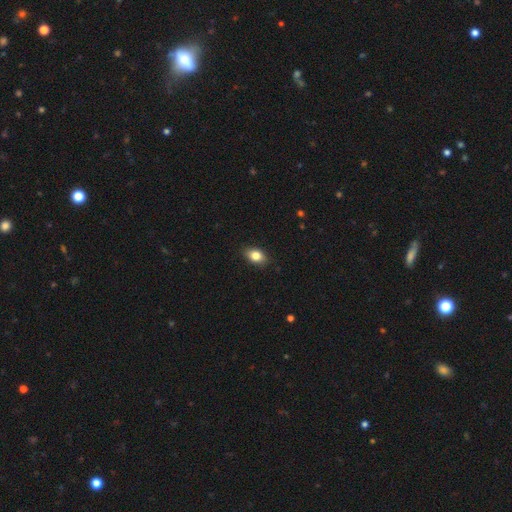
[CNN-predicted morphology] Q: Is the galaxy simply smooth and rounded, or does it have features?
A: smooth — 82%.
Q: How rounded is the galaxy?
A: in between — 81%.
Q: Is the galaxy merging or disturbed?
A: none — 85%.